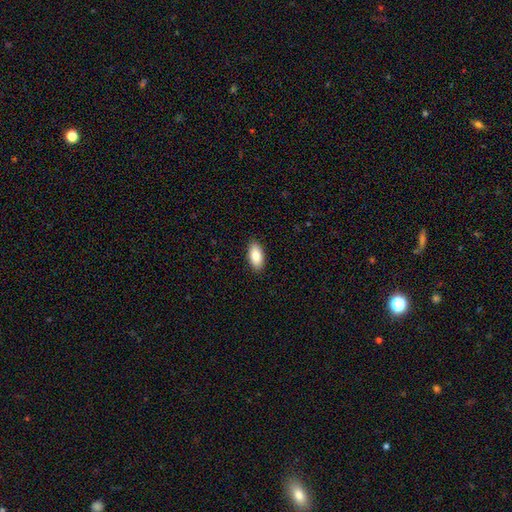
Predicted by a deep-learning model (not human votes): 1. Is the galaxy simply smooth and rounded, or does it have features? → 85% smooth, 9% featured or disk, 6% star or artifact.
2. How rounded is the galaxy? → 93% in between, 5% cigar-shaped, 3% round.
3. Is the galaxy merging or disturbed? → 89% none, 8% minor disturbance, 2% major disturbance, 1% merger.